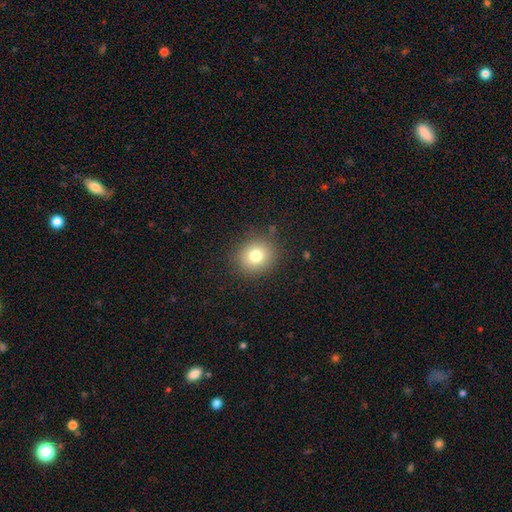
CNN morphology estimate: The model was most divided on "smooth or featured": smooth: 77%, star or artifact: 13%, featured or disk: 10%. More confident: merging — none (87%); how rounded — round (83%).